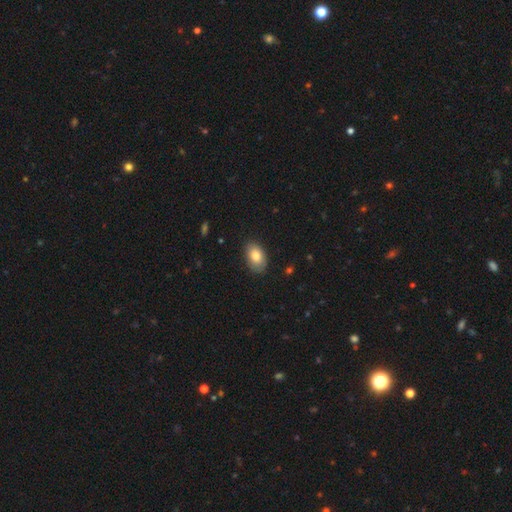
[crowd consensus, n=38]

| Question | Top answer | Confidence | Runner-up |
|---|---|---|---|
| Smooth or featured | smooth | 87% | featured or disk (11%) |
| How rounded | in between | 82% | round (18%) |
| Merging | none | 86% | minor disturbance (14%) |